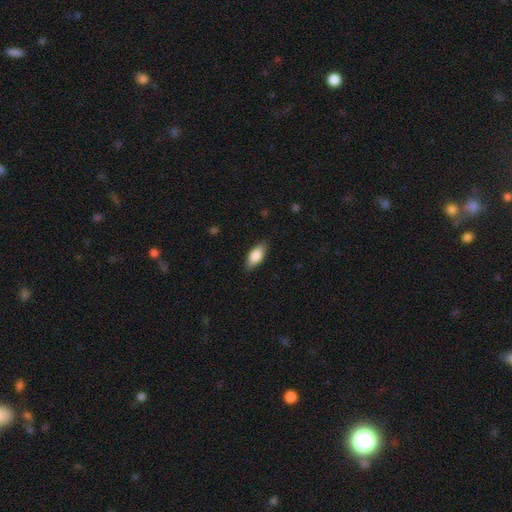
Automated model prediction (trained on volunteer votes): A smooth galaxy with no disk features (79%) that is in between round and cigar-shaped (84%).

Vote fractions:
- Smooth or featured? smooth: 79% / featured or disk: 14% / star or artifact: 6%
- How rounded? in between: 84% / cigar-shaped: 13% / round: 3%
- Merging? none: 85% / minor disturbance: 12% / major disturbance: 2% / merger: 1%